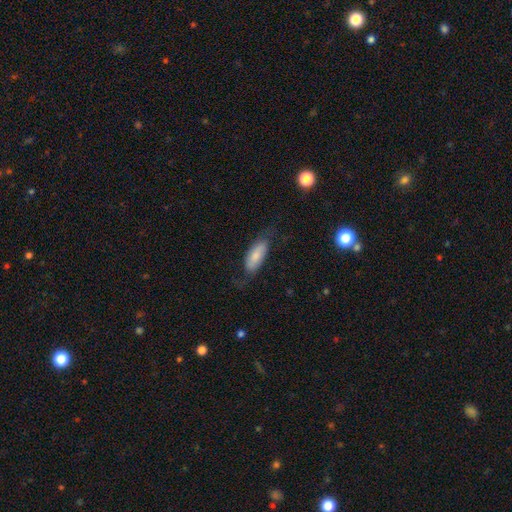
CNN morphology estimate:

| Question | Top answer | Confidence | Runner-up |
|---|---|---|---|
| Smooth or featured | smooth | 66% | featured or disk (27%) |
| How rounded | in between | 78% | cigar-shaped (20%) |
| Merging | none | 62% | minor disturbance (23%) |